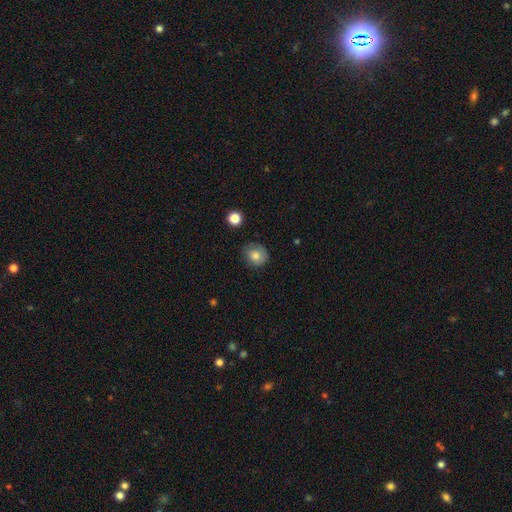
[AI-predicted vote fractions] Smooth or featured?
  - smooth: 77% *
  - featured or disk: 15%
  - star or artifact: 9%
How rounded?
  - round: 77% *
  - in between: 22%
  - cigar-shaped: 1%
Merging?
  - none: 72% *
  - minor disturbance: 21%
  - major disturbance: 5%
  - merger: 1%